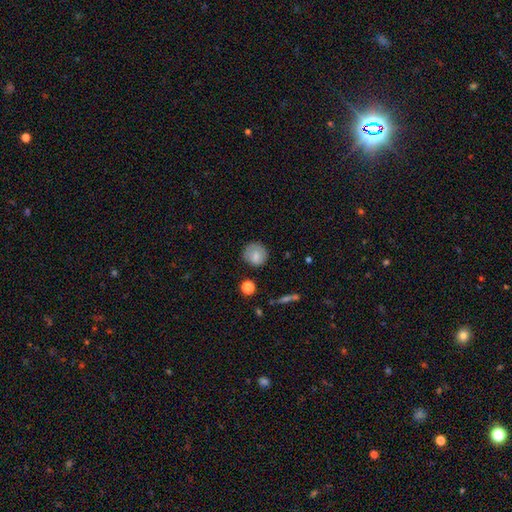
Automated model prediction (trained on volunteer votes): The model was most divided on "merging": none: 79%, minor disturbance: 15%, major disturbance: 4%, merger: 2%. More confident: how rounded — round (88%); smooth or featured — smooth (80%).